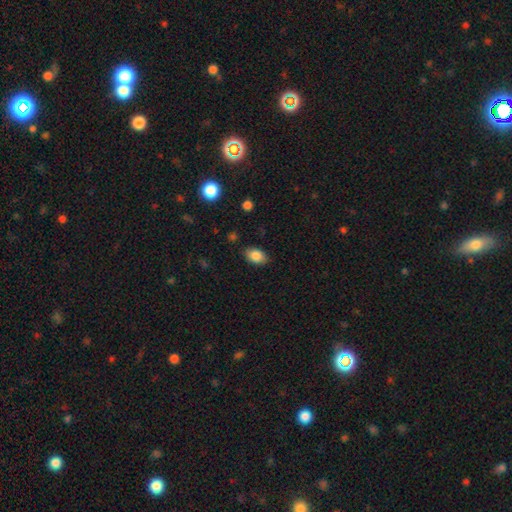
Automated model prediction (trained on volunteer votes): smooth-or-featured: smooth: 85% | star or artifact: 8% | featured or disk: 7%
  how-rounded: in between: 85% | round: 14% | cigar-shaped: 1%
  merging: none: 84% | minor disturbance: 12% | major disturbance: 3% | merger: 1%